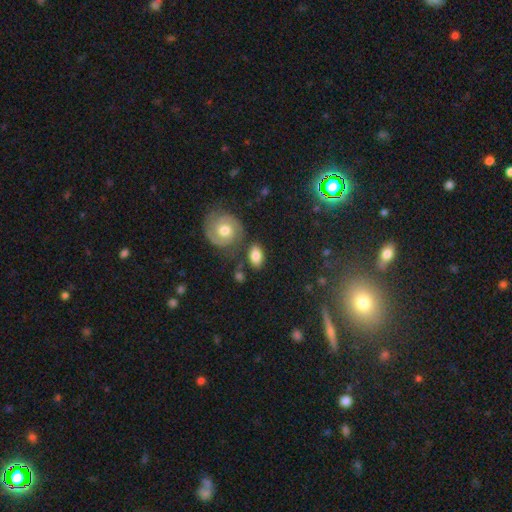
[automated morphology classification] type=smooth (73%); roundness=in between (88%); merging=none (72%).